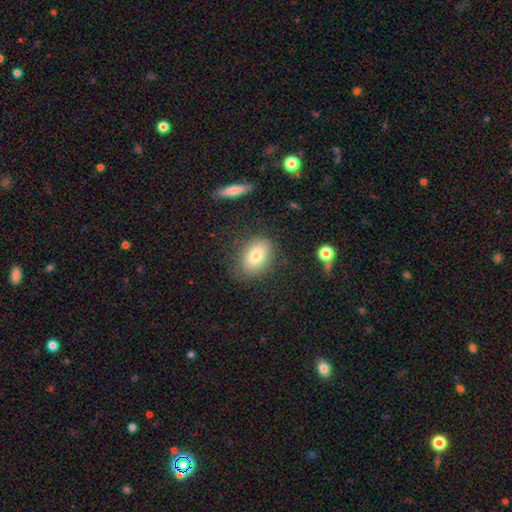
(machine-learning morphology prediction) Smooth or featured? Predicted: smooth (p=0.79). How rounded? Predicted: in between (p=0.79). Merging? Predicted: none (p=0.76).